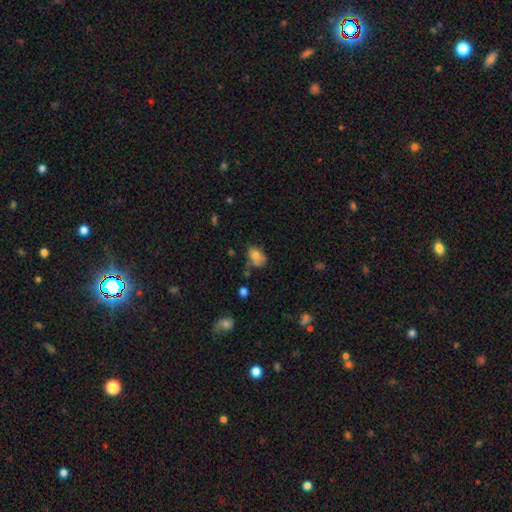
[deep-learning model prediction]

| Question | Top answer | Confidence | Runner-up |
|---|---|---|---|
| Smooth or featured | smooth | 74% | featured or disk (16%) |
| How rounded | in between | 76% | round (23%) |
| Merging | none | 47% | minor disturbance (29%) |